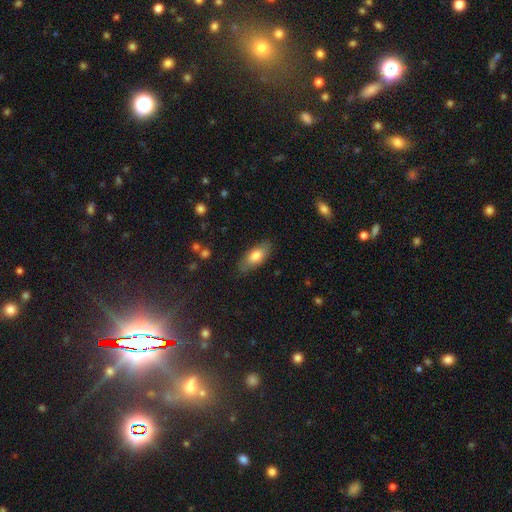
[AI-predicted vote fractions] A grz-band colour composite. It shows a smooth galaxy with no disk features (76%) that is in between round and cigar-shaped (83%). Merging: none (82%).